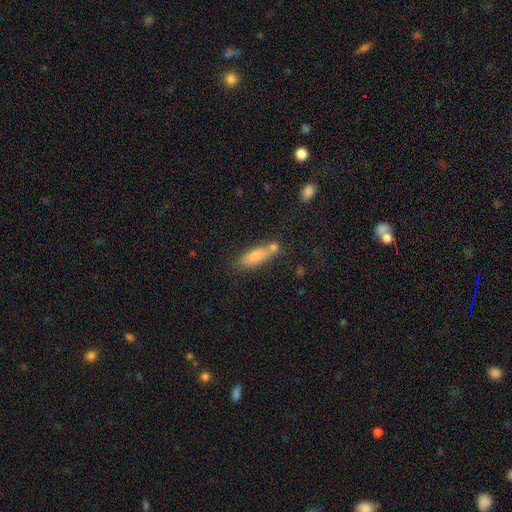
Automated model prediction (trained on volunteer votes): Smooth or featured: smooth — 76% (featured or disk — 16%)
How rounded: in between — 52% (cigar-shaped — 45%)
Merging: none — 55% (merger — 24%)